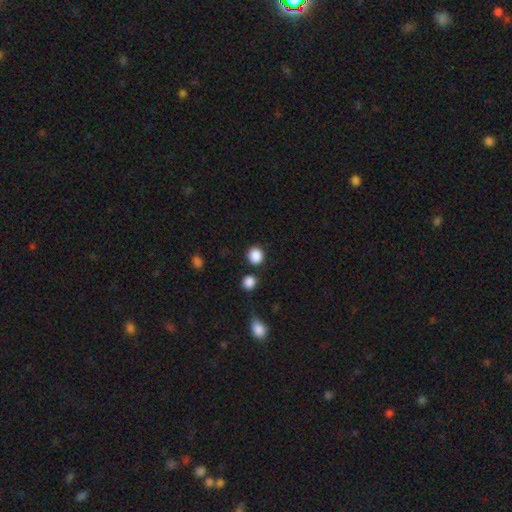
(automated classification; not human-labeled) Smooth or featured?
  - smooth: 87% *
  - star or artifact: 10%
  - featured or disk: 3%
How rounded?
  - round: 86% *
  - in between: 13%
  - cigar-shaped: 1%
Merging?
  - none: 84% *
  - minor disturbance: 8%
  - merger: 5%
  - major disturbance: 3%